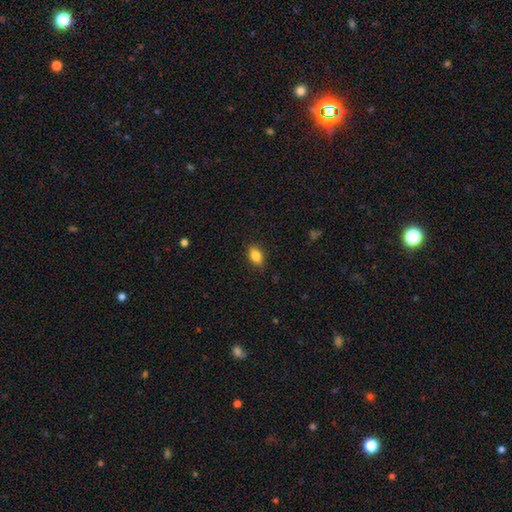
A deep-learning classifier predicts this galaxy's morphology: smooth-or-featured: smooth: 84% | star or artifact: 8% | featured or disk: 8%
  how-rounded: in between: 83% | round: 13% | cigar-shaped: 4%
  merging: none: 83% | minor disturbance: 13% | major disturbance: 2% | merger: 1%